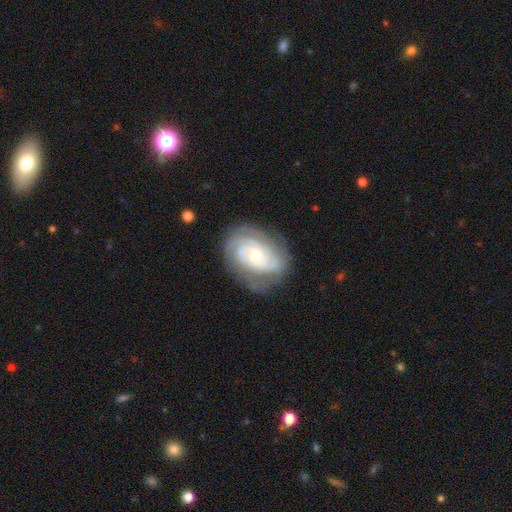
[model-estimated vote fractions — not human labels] This appears to be a featured or disk galaxy (80%) with no bar (75%), tight (66%) spiral arms (92%) and a small central bulge (53%). Merging: none (72%).